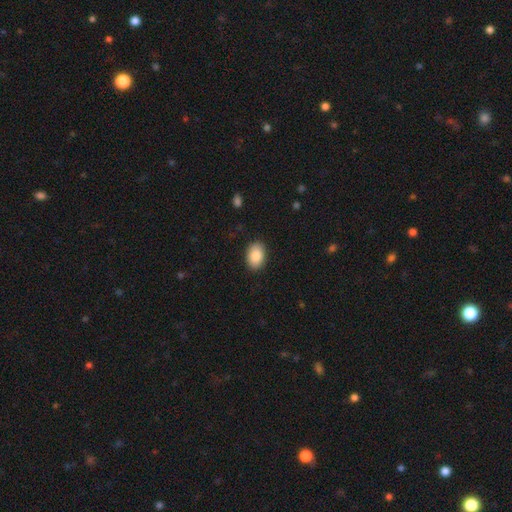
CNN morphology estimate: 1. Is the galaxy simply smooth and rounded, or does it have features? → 87% smooth, 7% star or artifact, 6% featured or disk.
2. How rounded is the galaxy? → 85% in between, 14% round, 1% cigar-shaped.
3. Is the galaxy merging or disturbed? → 88% none, 9% minor disturbance, 2% major disturbance, 1% merger.